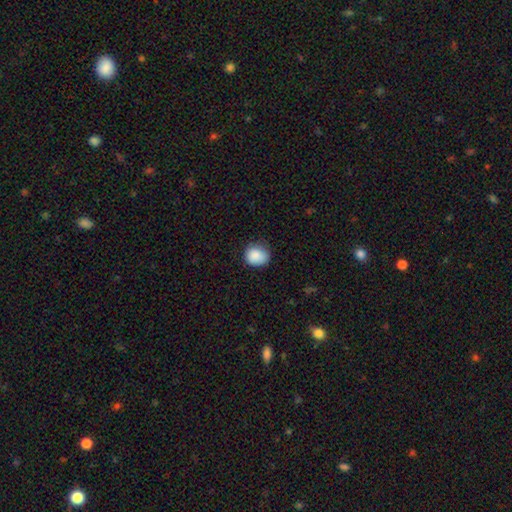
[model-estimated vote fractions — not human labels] Smooth or featured?
  - smooth: 87% *
  - star or artifact: 8%
  - featured or disk: 4%
How rounded?
  - round: 76% *
  - in between: 23%
  - cigar-shaped: 1%
Merging?
  - none: 70% *
  - minor disturbance: 24%
  - major disturbance: 5%
  - merger: 1%